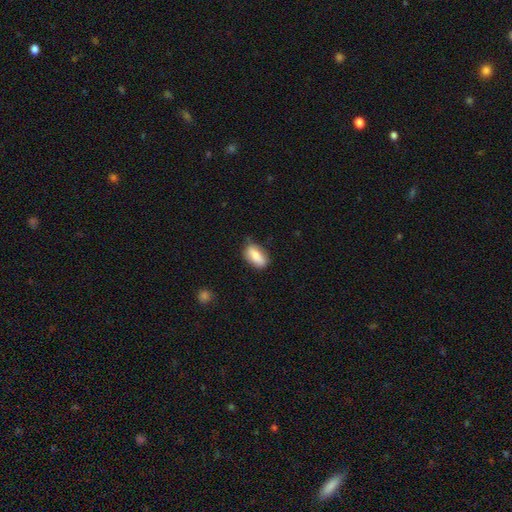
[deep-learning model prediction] smooth 80%, featured or disk 13%, star or artifact 7%. Down the decision tree: how rounded — in between (87%); merging — none (72%).